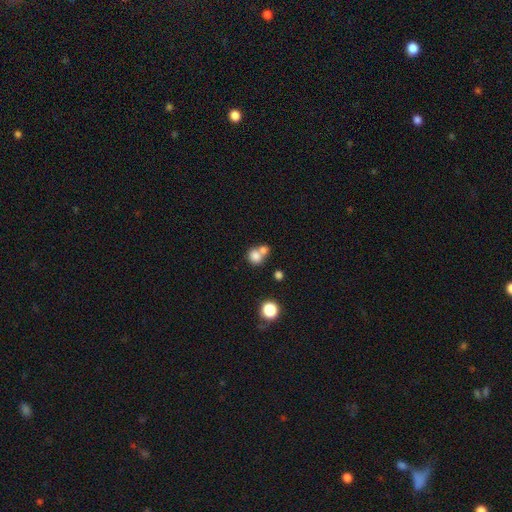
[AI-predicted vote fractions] Smooth or featured?
  - smooth: 79% *
  - star or artifact: 11%
  - featured or disk: 10%
How rounded?
  - round: 73% *
  - in between: 26%
  - cigar-shaped: 1%
Merging?
  - merger: 53% *
  - none: 36%
  - minor disturbance: 7%
  - major disturbance: 4%